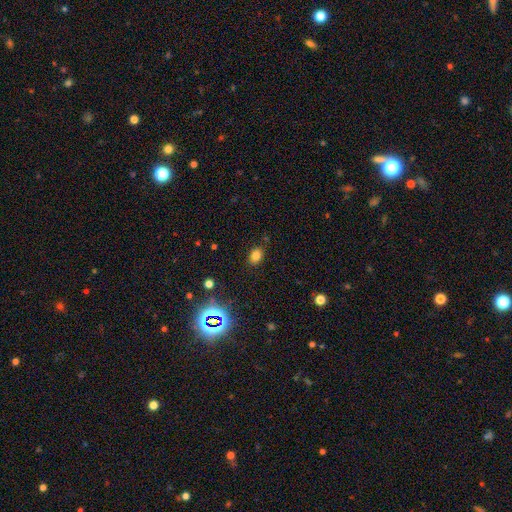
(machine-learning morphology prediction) The model was most divided on "how rounded": in between: 74%, round: 25%, cigar-shaped: 1%. More confident: merging — none (84%); smooth or featured — smooth (77%).